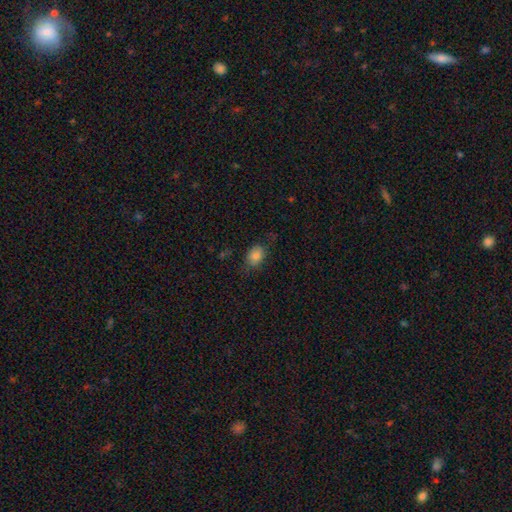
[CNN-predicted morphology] Smooth or featured? Predicted: smooth (p=0.83). How rounded? Predicted: in between (p=0.75). Merging? Predicted: none (p=0.70).